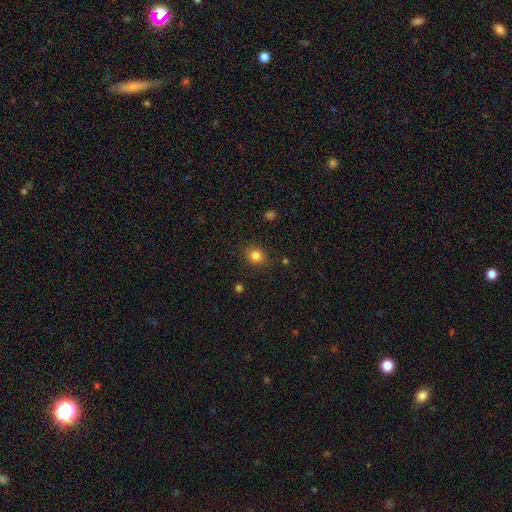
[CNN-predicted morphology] smooth 82%, star or artifact 12%, featured or disk 5%. Down the decision tree: how rounded — round (79%); merging — none (88%).